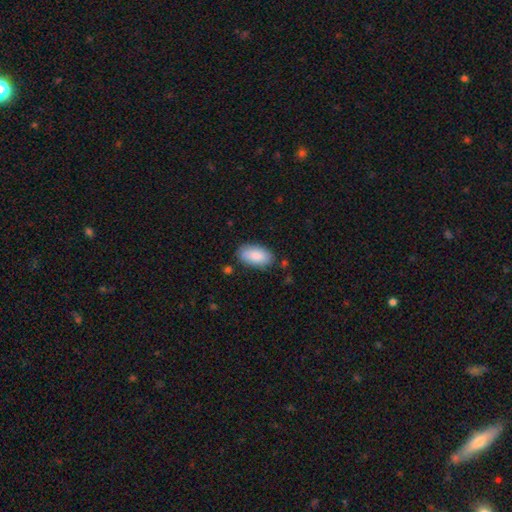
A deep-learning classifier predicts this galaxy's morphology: Smooth or featured? smooth (86%)
How rounded? in between (94%)
Merging? none (80%)